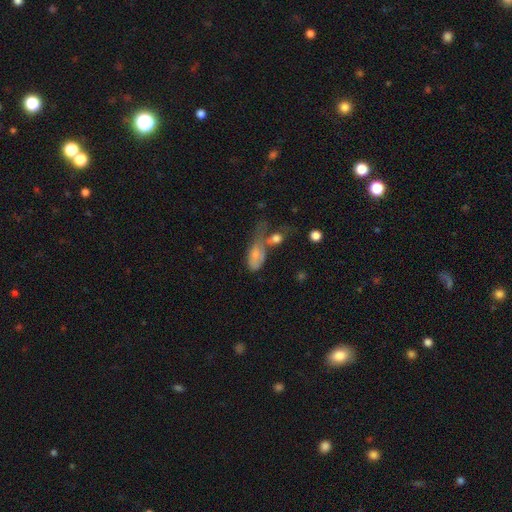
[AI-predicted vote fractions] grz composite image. It shows a smooth galaxy with no disk features (63%) that is in between round and cigar-shaped (88%). Merging: merger (43%).